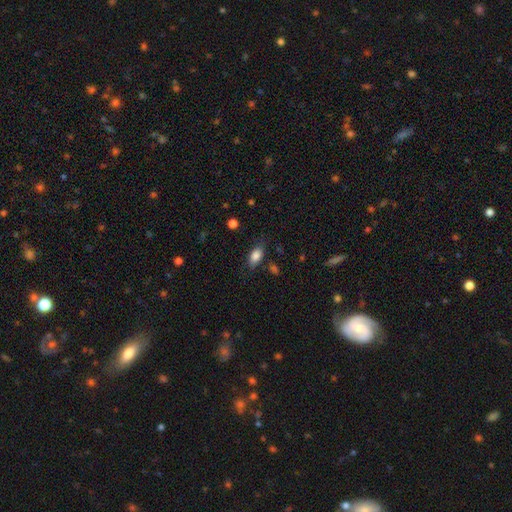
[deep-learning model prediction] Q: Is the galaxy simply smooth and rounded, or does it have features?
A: smooth — 83%.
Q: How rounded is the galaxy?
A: in between — 88%.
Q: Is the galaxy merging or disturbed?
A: none — 76%.